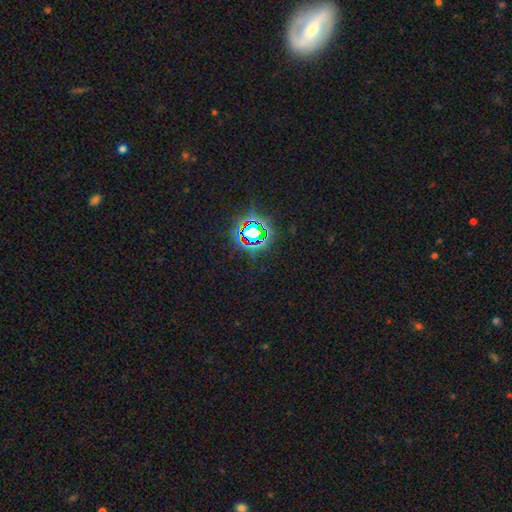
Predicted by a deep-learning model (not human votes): The model was most divided on "smooth or featured": star or artifact: 80%, smooth: 13%, featured or disk: 7%.